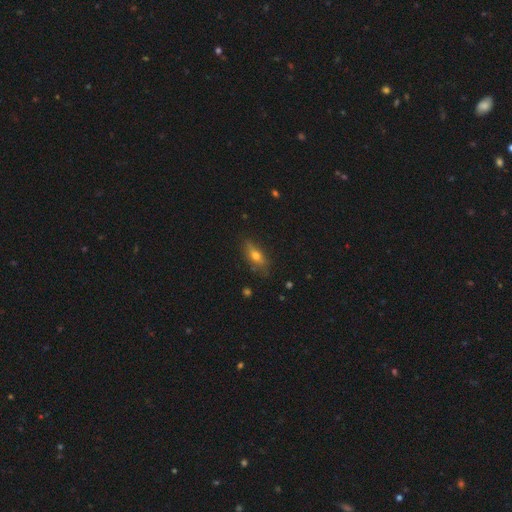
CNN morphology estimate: A smooth galaxy with no disk features (55%) that is in between round and cigar-shaped (63%). Merging: none (74%).